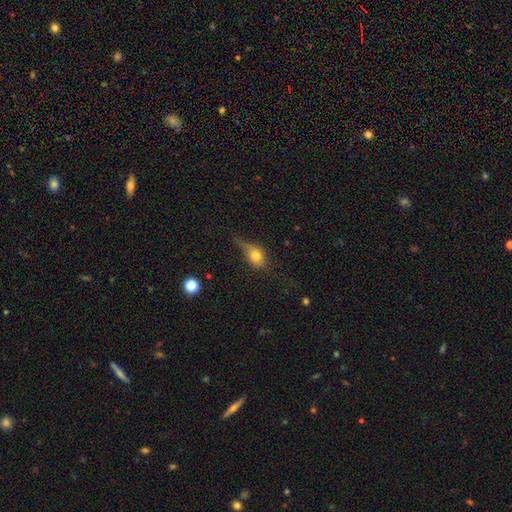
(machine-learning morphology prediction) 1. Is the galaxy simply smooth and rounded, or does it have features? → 69% smooth, 19% featured or disk, 11% star or artifact.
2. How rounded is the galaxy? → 60% in between, 34% round, 5% cigar-shaped.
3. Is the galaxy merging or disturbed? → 36% none, 35% minor disturbance, 26% major disturbance, 3% merger.